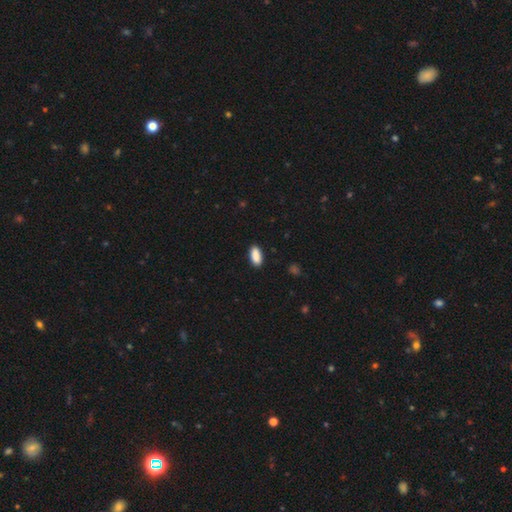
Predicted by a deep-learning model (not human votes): Overall: smooth (90%). How rounded: in between (88%). Merging: none (88%).